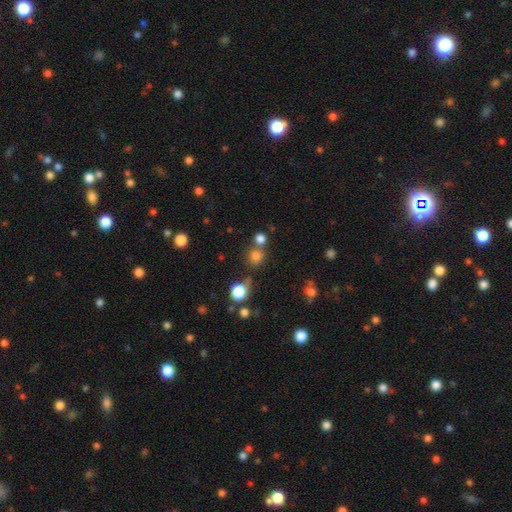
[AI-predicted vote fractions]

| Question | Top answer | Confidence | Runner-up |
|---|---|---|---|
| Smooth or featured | smooth | 76% | star or artifact (18%) |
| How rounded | round | 89% | in between (10%) |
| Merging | none | 66% | merger (21%) |